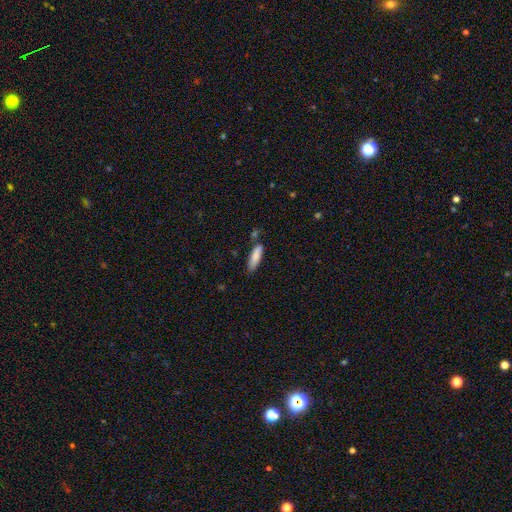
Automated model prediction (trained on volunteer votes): A smooth galaxy with no disk features (84%) that is cigar-shaped (62%).

Vote fractions:
- Smooth or featured? smooth: 84% / featured or disk: 9% / star or artifact: 6%
- How rounded? cigar-shaped: 62% / in between: 36% / round: 1%
- Merging? none: 71% / minor disturbance: 19% / merger: 6% / major disturbance: 4%